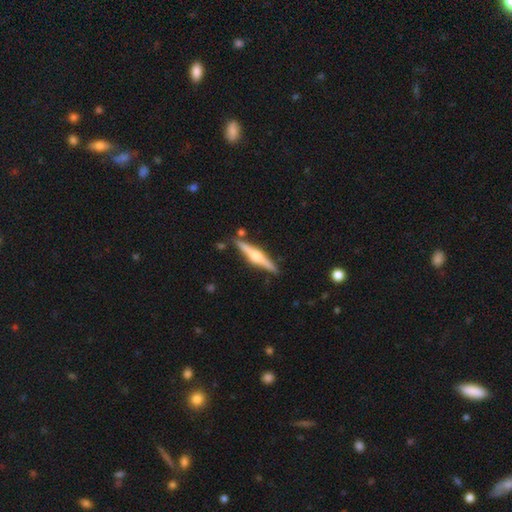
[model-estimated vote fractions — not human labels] A featured or disk galaxy (75%) viewed edge-on (98%) with a rounded central bulge (91%).

Vote fractions:
- Smooth or featured? featured or disk: 75% / smooth: 20% / star or artifact: 5%
- Edge-on disk? yes: 98% / no: 2%
- Edge-on bulge? rounded: 91% / boxy: 6% / none: 3%
- Merging? none: 87% / minor disturbance: 8% / merger: 3% / major disturbance: 2%